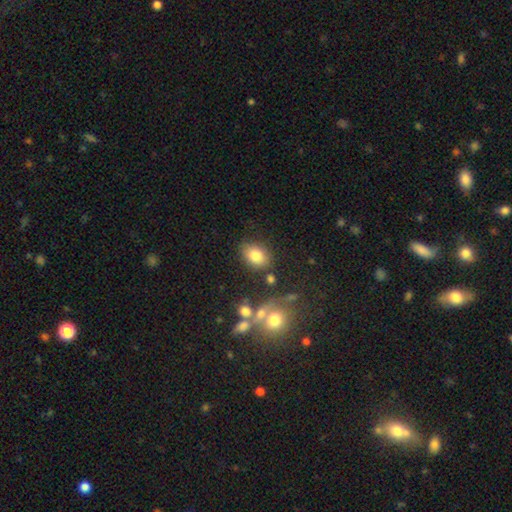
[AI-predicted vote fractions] smooth-or-featured: smooth: 81% | featured or disk: 10% | star or artifact: 9%
  how-rounded: in between: 74% | round: 24% | cigar-shaped: 1%
  merging: none: 77% | minor disturbance: 13% | merger: 6% | major disturbance: 4%